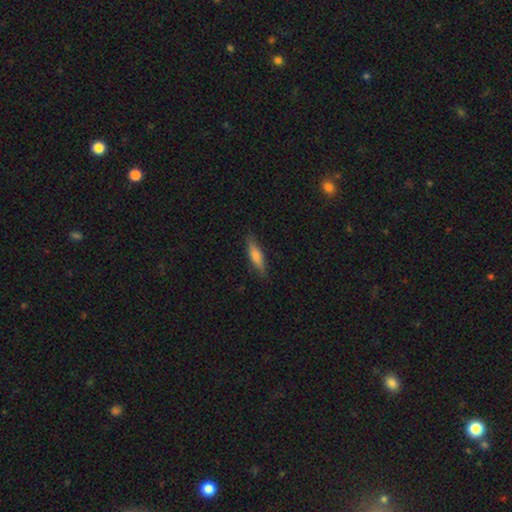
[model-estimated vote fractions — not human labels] Morphology: type=smooth (68%); roundness=cigar-shaped (74%); merging=none (85%).